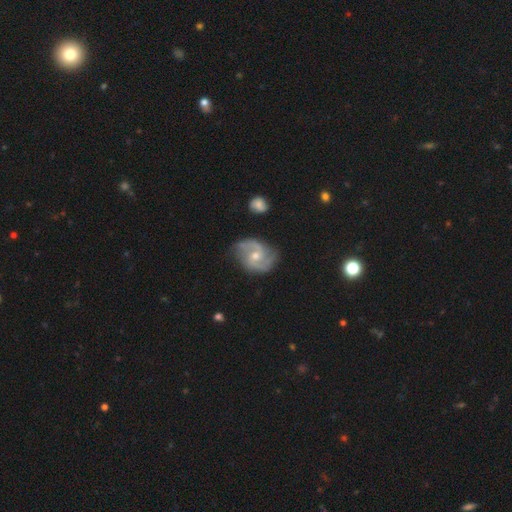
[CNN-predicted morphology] Smooth or featured: featured or disk — 87% (smooth — 8%)
Edge-on disk: no — 98% (yes — 2%)
Bar: no — 53% (weak — 40%)
Spiral arms: yes — 97% (no — 3%)
Spiral winding: medium — 55% (tight — 23%)
Spiral arm count: 2 — 82% (3 — 7%)
Bulge size: moderate — 60% (small — 35%)
Merging: none — 72% (minor disturbance — 20%)